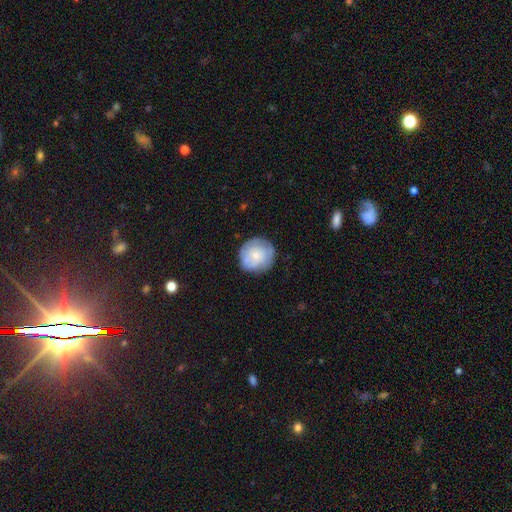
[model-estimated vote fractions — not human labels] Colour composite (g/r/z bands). It shows a smooth galaxy with no disk features (64%) that is round (91%). Merging: none (78%).